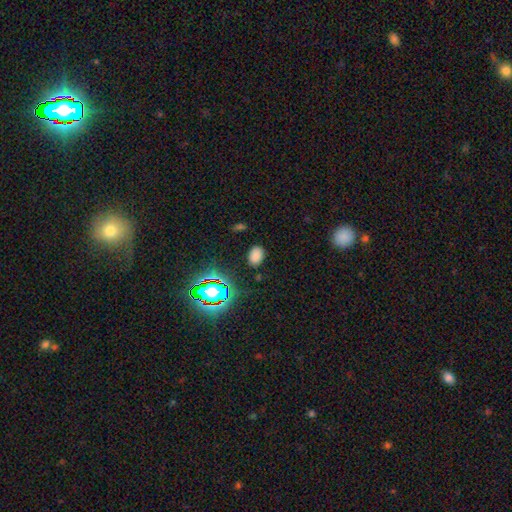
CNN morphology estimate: This is likely a smooth galaxy (75%). How rounded: clearly in between (82%). Merging: clearly none (84%).